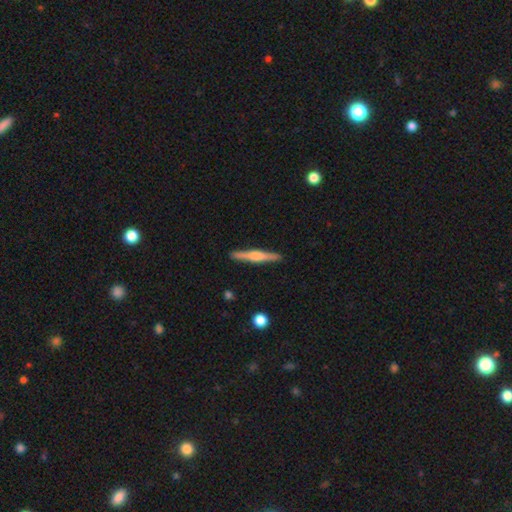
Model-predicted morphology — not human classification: Smooth or featured: featured or disk — 69% (smooth — 25%)
Edge-on disk: yes — 98% (no — 2%)
Edge-on bulge: rounded — 80% (boxy — 13%)
Merging: none — 92% (minor disturbance — 6%)